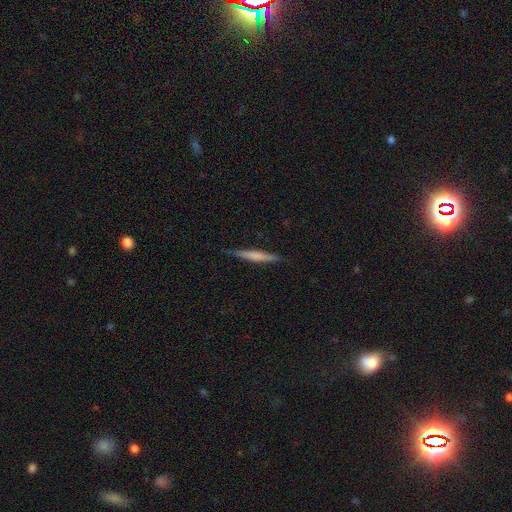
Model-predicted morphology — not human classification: Smooth or featured?
  - smooth: 51% *
  - featured or disk: 43%
  - star or artifact: 6%
How rounded?
  - cigar-shaped: 95% *
  - in between: 4%
  - round: 1%
Merging?
  - none: 86% *
  - minor disturbance: 11%
  - major disturbance: 2%
  - merger: 1%